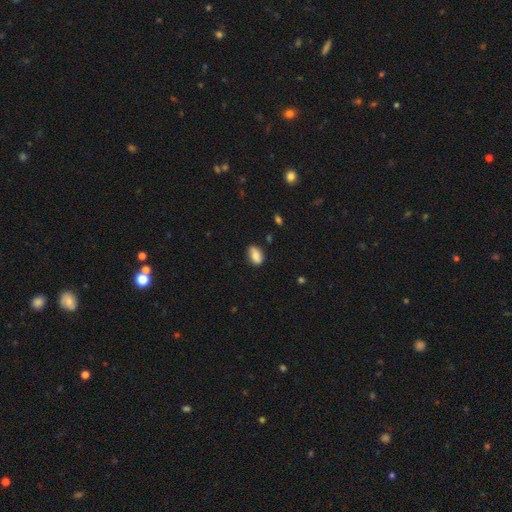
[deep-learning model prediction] smooth 75%, featured or disk 17%, star or artifact 8%. Down the decision tree: how rounded — in between (86%); merging — none (78%).